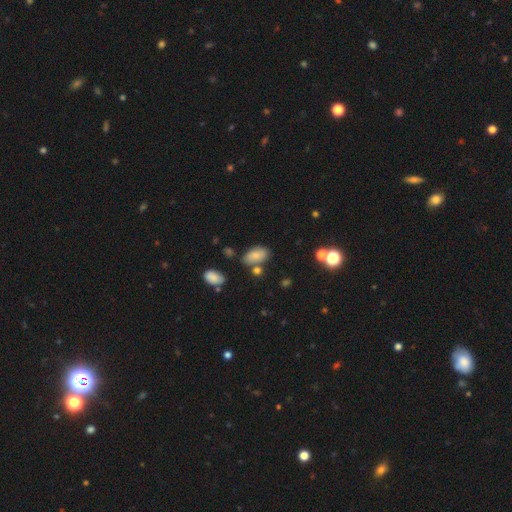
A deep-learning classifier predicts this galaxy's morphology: Overall: smooth (77%). How rounded: in between (92%). Merging: none (64%).